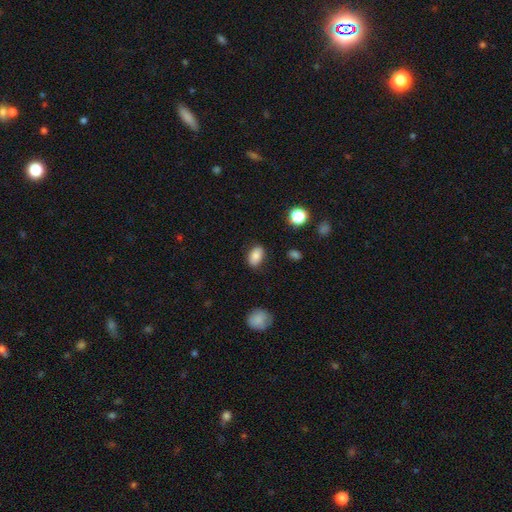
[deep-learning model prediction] Smooth or featured: smooth — 85% (star or artifact — 9%)
How rounded: in between — 88% (round — 11%)
Merging: none — 84% (minor disturbance — 11%)